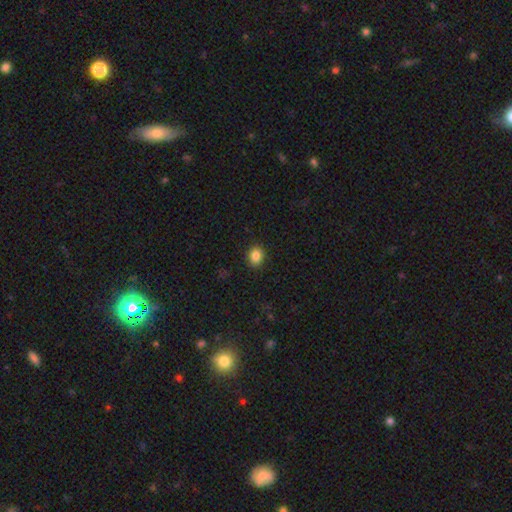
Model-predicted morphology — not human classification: Smooth or featured?
  - smooth: 86% *
  - star or artifact: 10%
  - featured or disk: 4%
How rounded?
  - round: 60% *
  - in between: 39%
  - cigar-shaped: 1%
Merging?
  - none: 90% *
  - minor disturbance: 7%
  - major disturbance: 2%
  - merger: 1%